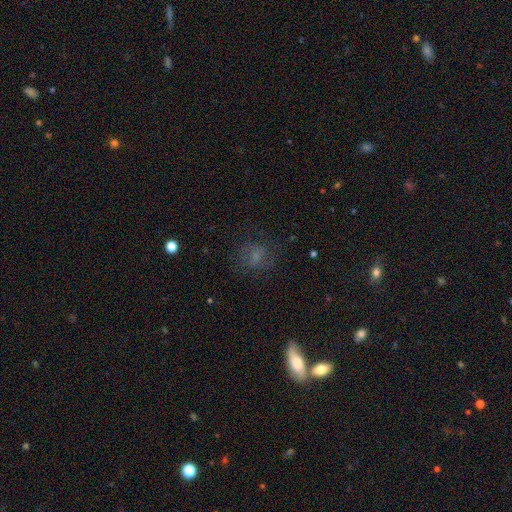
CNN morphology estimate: Smooth or featured? smooth (54%)
How rounded? round (66%)
Merging? none (69%)